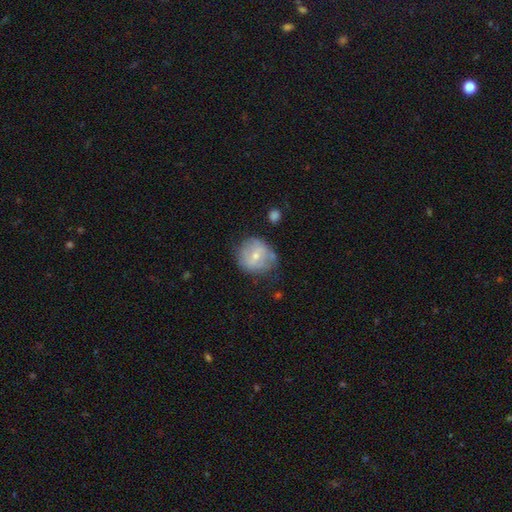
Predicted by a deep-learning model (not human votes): smooth_or_featured: smooth (p=0.51) [alt: featured or disk p=0.41]
how_rounded: round (p=0.86) [alt: in between p=0.13]
merging: none (p=0.67) [alt: minor disturbance p=0.22]